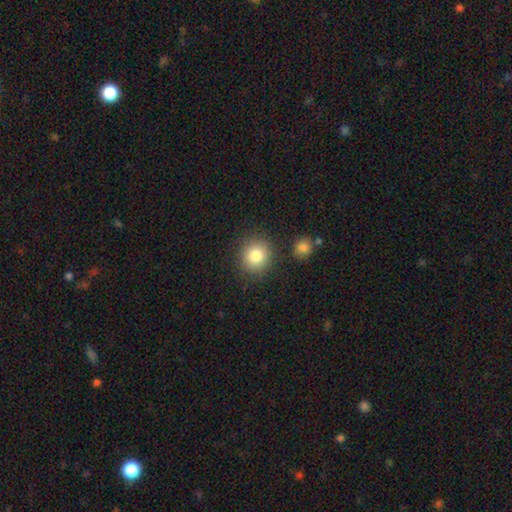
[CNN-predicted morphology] This appears to be a smooth galaxy with no disk features (83%) that is round (88%). Merging: none (84%).